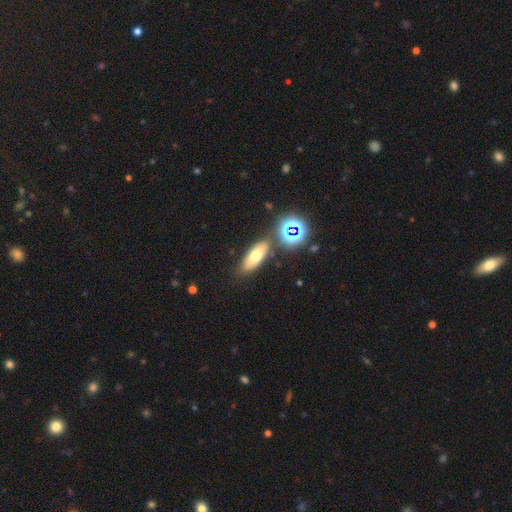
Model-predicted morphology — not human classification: The model was most divided on "smooth or featured": smooth: 64%, featured or disk: 20%, star or artifact: 16%. More confident: merging — none (76%); how rounded — in between (70%).